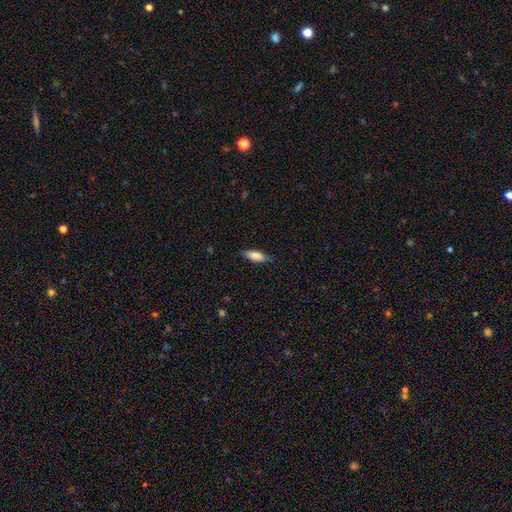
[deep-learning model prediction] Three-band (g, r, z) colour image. It shows a smooth galaxy with no disk features (82%) that is in between round and cigar-shaped (67%). Merging: none (80%).